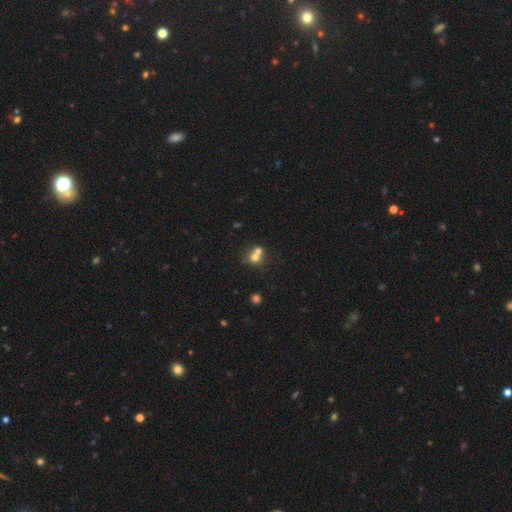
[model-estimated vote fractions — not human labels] Morphology: type=smooth (67%); roundness=round (81%); merging=merger (54%).